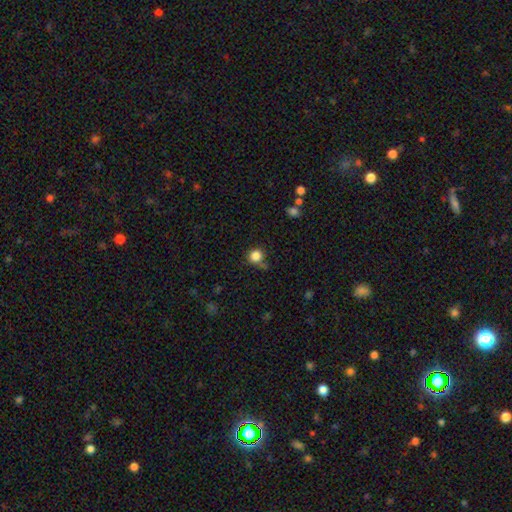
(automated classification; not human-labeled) A smooth galaxy with no disk features (85%) that is round (91%).

Vote fractions:
- Smooth or featured? smooth: 85% / star or artifact: 11% / featured or disk: 4%
- How rounded? round: 91% / in between: 8% / cigar-shaped: 1%
- Merging? none: 73% / minor disturbance: 14% / merger: 8% / major disturbance: 5%